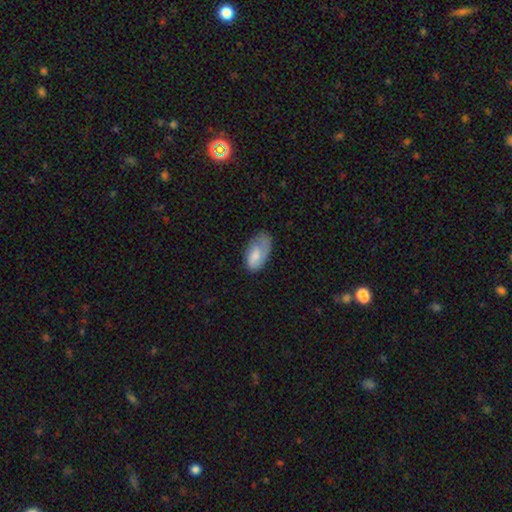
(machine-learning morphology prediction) Q: Smooth or featured?
A: smooth (72%); runner-up: featured or disk (22%)
Q: How rounded?
A: in between (93%); runner-up: round (4%)
Q: Merging?
A: none (44%); runner-up: minor disturbance (34%)